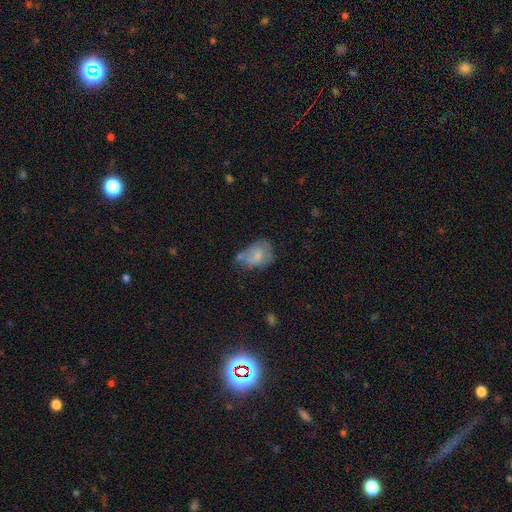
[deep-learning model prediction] Morphology: type=smooth (64%); roundness=in between (72%); merging=none (34%).